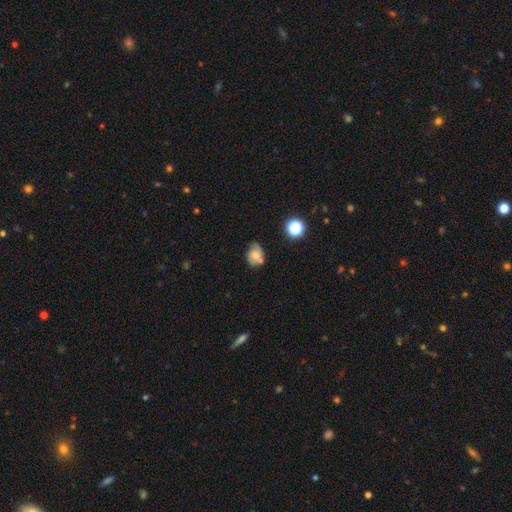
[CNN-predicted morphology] Smooth or featured? smooth (48%)
Merging? none (49%)